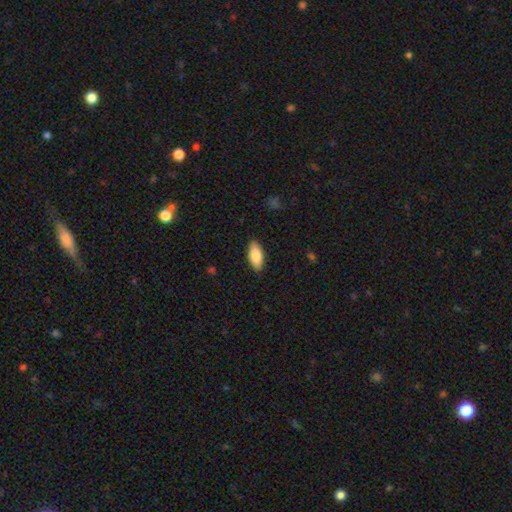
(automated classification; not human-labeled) This is clearly a smooth galaxy (85%). How rounded: clearly in between (85%). Merging: clearly none (88%).